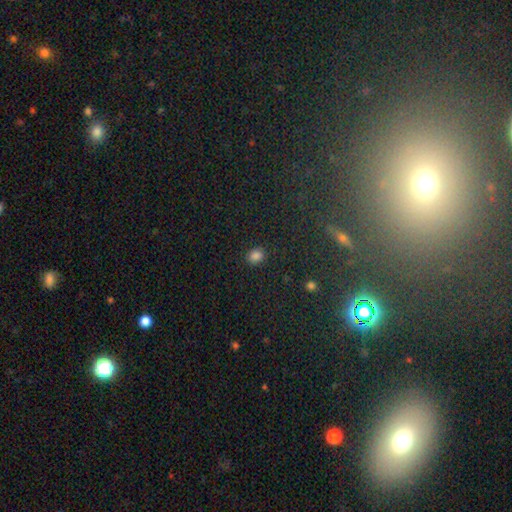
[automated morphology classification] This appears to be a smooth galaxy with no disk features (84%) that is round (55%). Merging: none (88%).